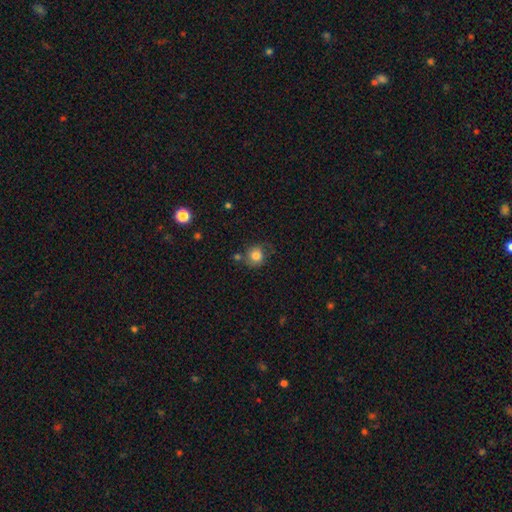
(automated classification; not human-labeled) Smooth or featured?
  - smooth: 81% *
  - star or artifact: 10%
  - featured or disk: 9%
How rounded?
  - round: 87% *
  - in between: 12%
  - cigar-shaped: 1%
Merging?
  - none: 65% *
  - minor disturbance: 18%
  - merger: 11%
  - major disturbance: 6%